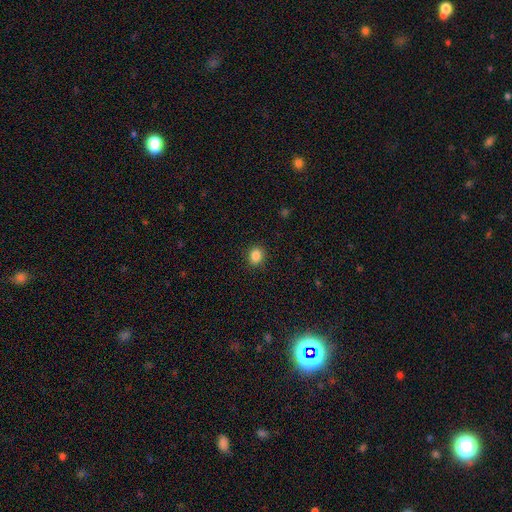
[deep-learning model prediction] Morphology: type=smooth (86%); roundness=round (57%); merging=none (90%).